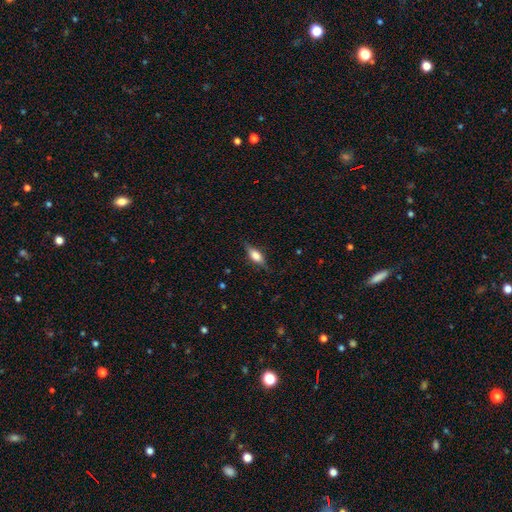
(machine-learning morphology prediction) Overall: smooth (60%; featured or disk 32%). How rounded: in between (69%). Merging: none (77%).